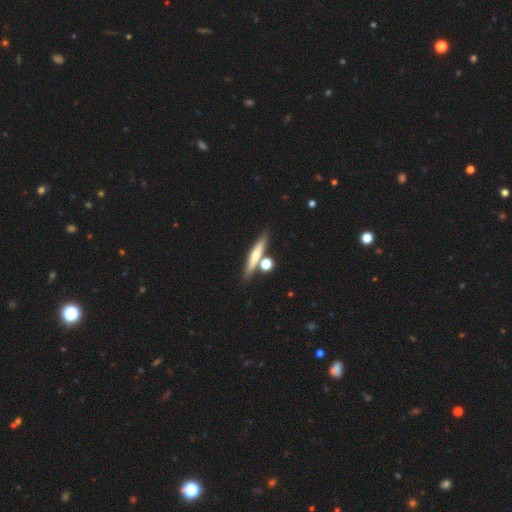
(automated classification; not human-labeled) smooth_or_featured: smooth (p=0.57) [alt: featured or disk p=0.35]
how_rounded: cigar-shaped (p=0.80) [alt: in between p=0.13]
merging: none (p=0.70) [alt: merger p=0.16]